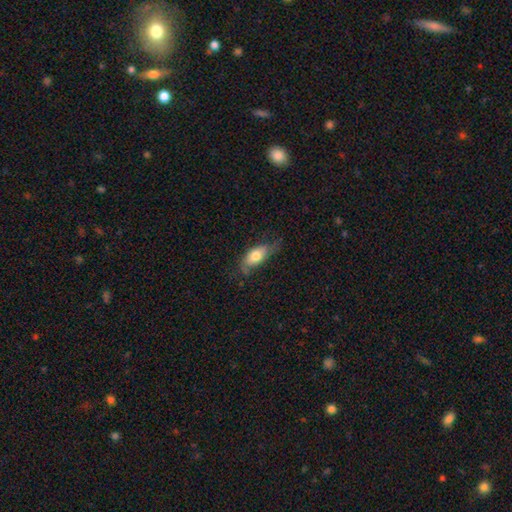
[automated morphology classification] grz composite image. It shows a smooth galaxy with no disk features (67%) that is in between round and cigar-shaped (82%). Merging: none (52%).